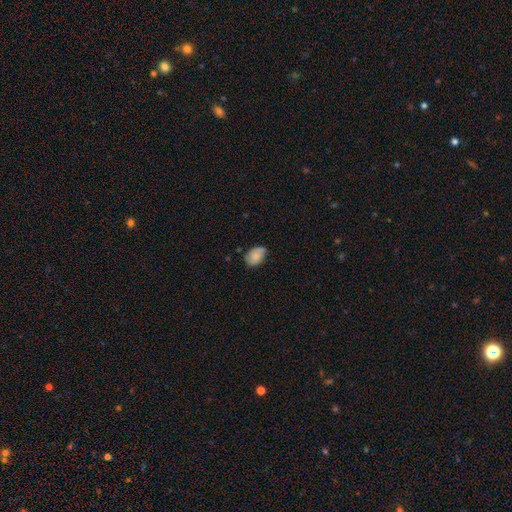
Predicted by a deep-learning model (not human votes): A smooth galaxy with no disk features (76%) that is in between round and cigar-shaped (83%).

Vote fractions:
- Smooth or featured? smooth: 76% / featured or disk: 16% / star or artifact: 8%
- How rounded? in between: 83% / round: 16% / cigar-shaped: 1%
- Merging? none: 56% / minor disturbance: 34% / major disturbance: 7% / merger: 2%